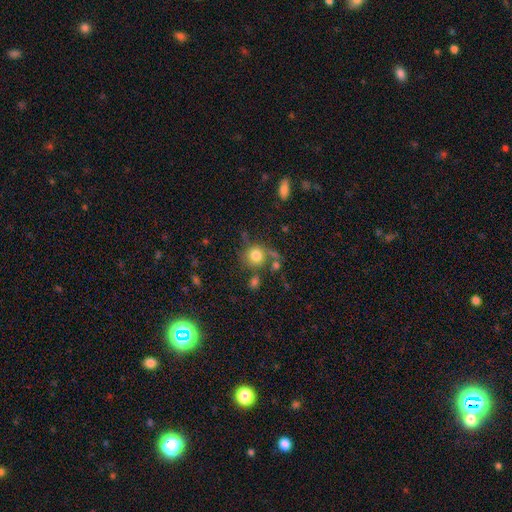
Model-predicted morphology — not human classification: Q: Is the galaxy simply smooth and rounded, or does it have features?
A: smooth — 78%.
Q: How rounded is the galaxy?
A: round — 88%.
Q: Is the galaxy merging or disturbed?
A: none — 62%.